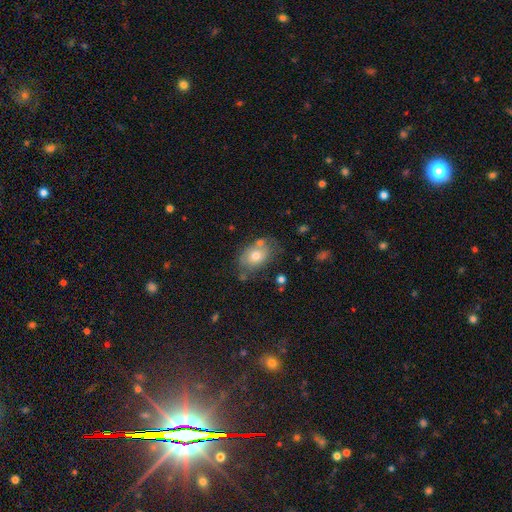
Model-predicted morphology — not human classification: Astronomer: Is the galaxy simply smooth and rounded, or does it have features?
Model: smooth — 69%.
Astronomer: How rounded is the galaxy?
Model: in between — 77%.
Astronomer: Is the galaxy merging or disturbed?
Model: none — 58%.